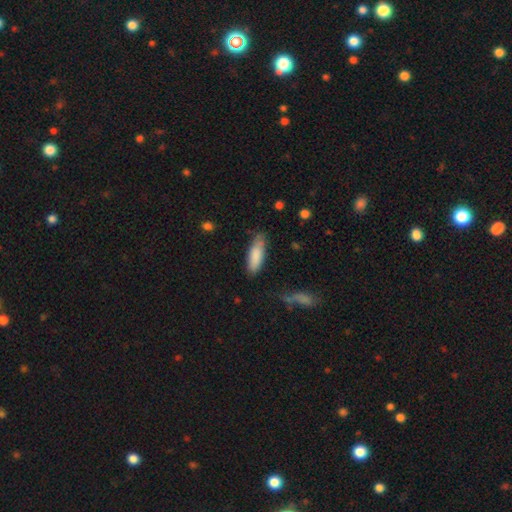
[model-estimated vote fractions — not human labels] This is clearly a smooth galaxy (84%). How rounded: possibly in between (54%). Merging: likely none (71%).